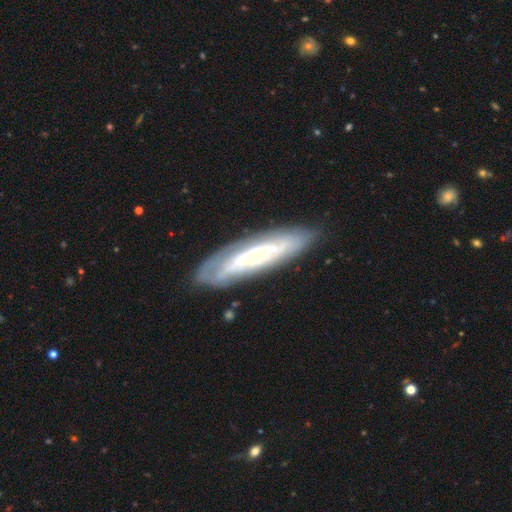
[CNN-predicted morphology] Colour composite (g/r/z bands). It shows a featured or disk galaxy (66%). Merging: none (76%).